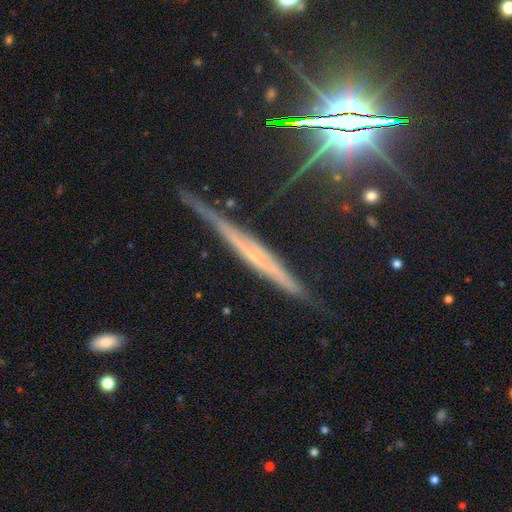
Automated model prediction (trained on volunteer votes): The model was most divided on "edge-on bulge": none: 58%, rounded: 30%, boxy: 12%. More confident: edge-on disk — yes (96%); merging — none (74%); smooth or featured — featured or disk (62%).